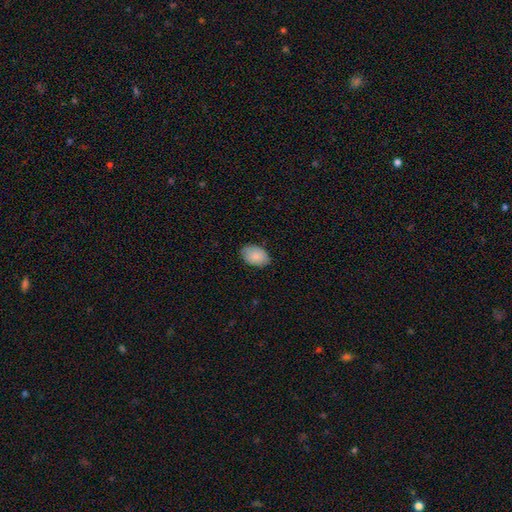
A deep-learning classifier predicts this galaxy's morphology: The model was most divided on "merging": none: 83%, minor disturbance: 14%, major disturbance: 2%, merger: 1%. More confident: how rounded — in between (88%); smooth or featured — smooth (86%).